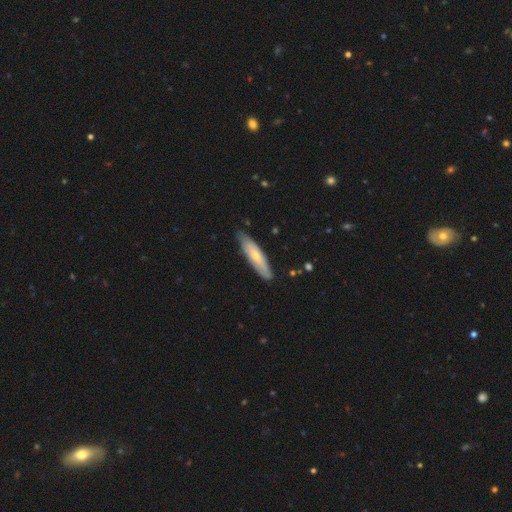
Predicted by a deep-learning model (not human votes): smooth_or_featured: smooth (p=0.50) [alt: featured or disk p=0.45]
merging: none (p=0.81) [alt: minor disturbance p=0.15]